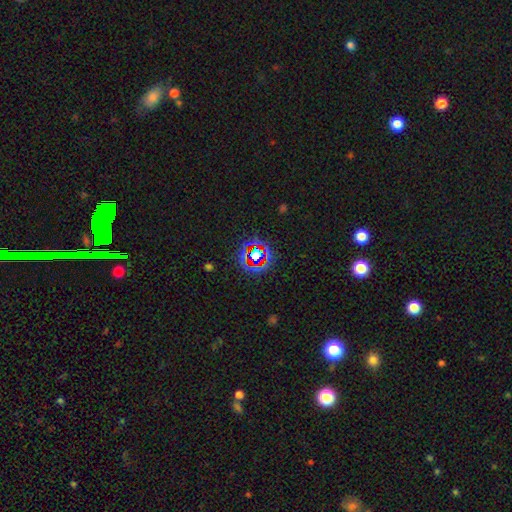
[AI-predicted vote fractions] Morphology: type=star or artifact (69%).